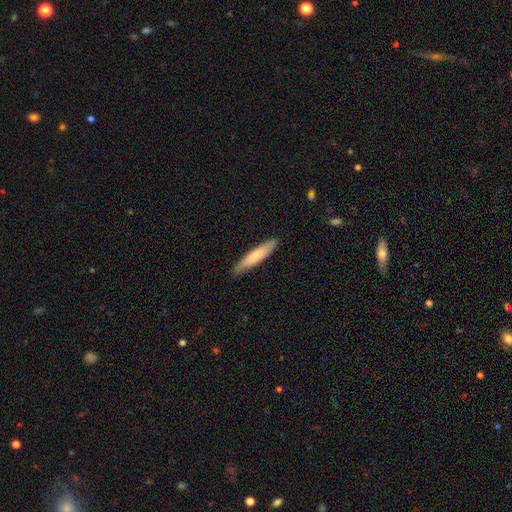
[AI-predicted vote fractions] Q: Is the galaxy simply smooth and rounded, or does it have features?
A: smooth — 71%.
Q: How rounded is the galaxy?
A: cigar-shaped — 86%.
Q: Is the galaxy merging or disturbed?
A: none — 85%.